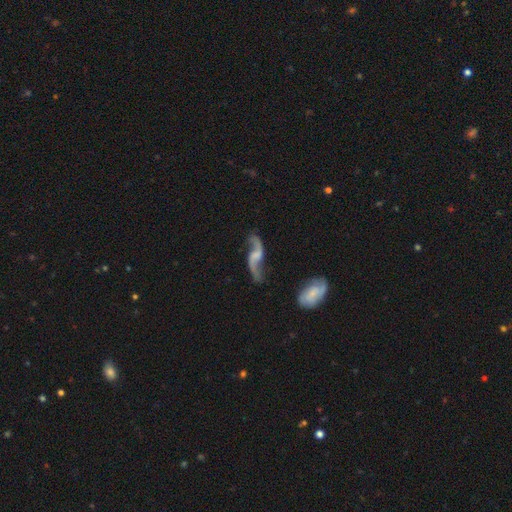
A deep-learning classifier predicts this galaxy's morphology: The model was most divided on "bar": weak: 45%, no: 41%, strong: 14%. More confident: spiral arms — yes (96%); edge-on disk — no (95%); spiral arm count — 2 (93%); spiral winding — loose (89%); smooth or featured — featured or disk (88%); merging — none (68%); bulge size — none (50%).